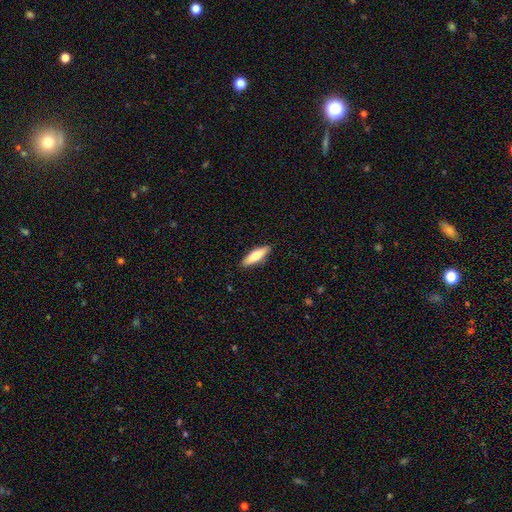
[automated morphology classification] smooth-or-featured: smooth: 70% | featured or disk: 25% | star or artifact: 6%
  how-rounded: cigar-shaped: 53% | in between: 45% | round: 2%
  merging: none: 89% | minor disturbance: 8% | major disturbance: 2% | merger: 1%